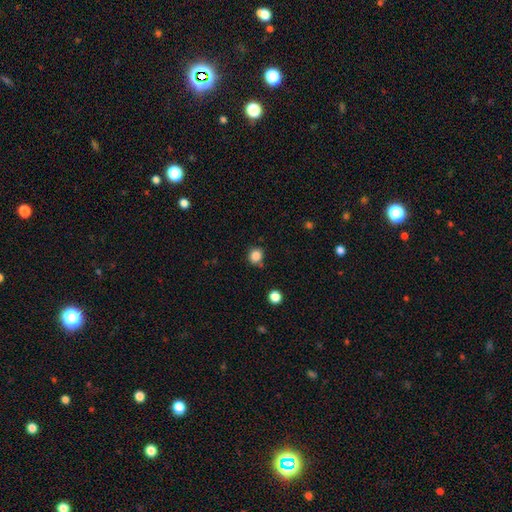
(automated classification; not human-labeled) Morphology: type=smooth (84%); roundness=round (79%); merging=none (74%).